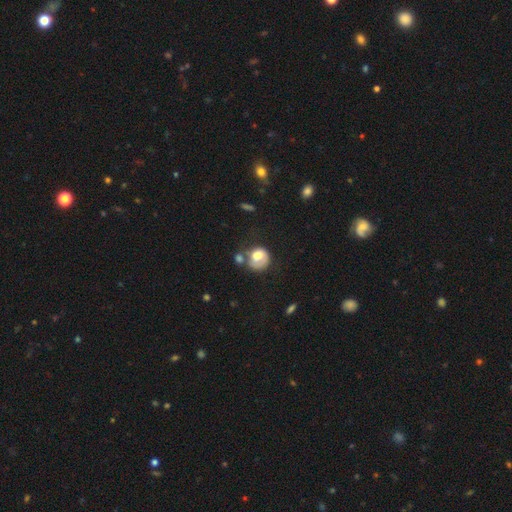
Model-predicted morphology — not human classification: smooth_or_featured: smooth (p=0.61) [alt: featured or disk p=0.31]
how_rounded: round (p=0.70) [alt: in between p=0.29]
merging: none (p=0.32) [alt: merger p=0.23]